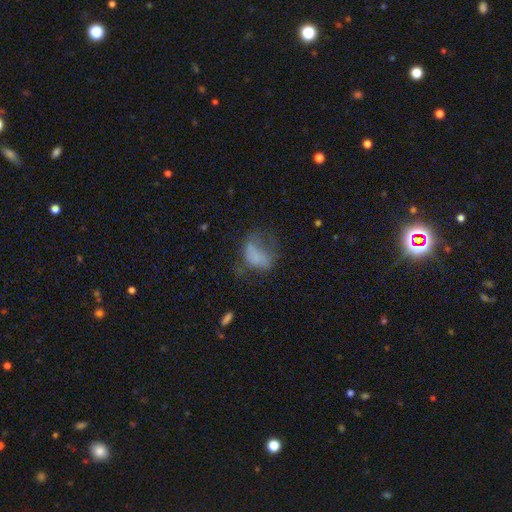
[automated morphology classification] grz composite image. It shows a smooth galaxy with no disk features (59%) that is in between round and cigar-shaped (83%). Merging: major disturbance (47%).